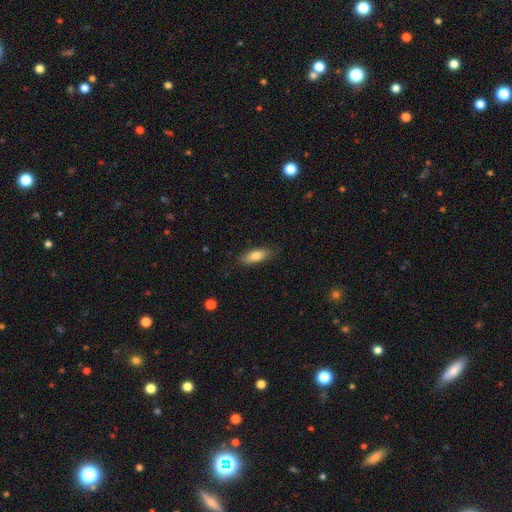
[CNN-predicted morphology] Smooth or featured: smooth — 80% (featured or disk — 13%)
How rounded: in between — 65% (cigar-shaped — 33%)
Merging: none — 81% (minor disturbance — 15%)